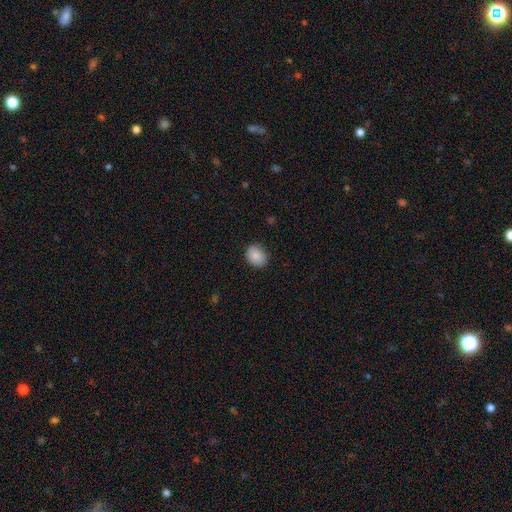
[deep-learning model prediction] Smooth or featured? smooth (87%)
How rounded? in between (55%)
Merging? none (85%)